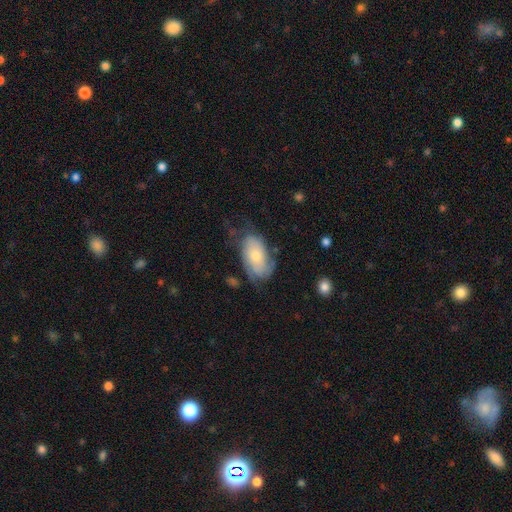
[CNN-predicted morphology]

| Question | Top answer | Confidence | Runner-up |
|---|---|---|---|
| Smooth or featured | smooth | 47% | featured or disk (46%) |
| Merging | none | 47% | minor disturbance (31%) |